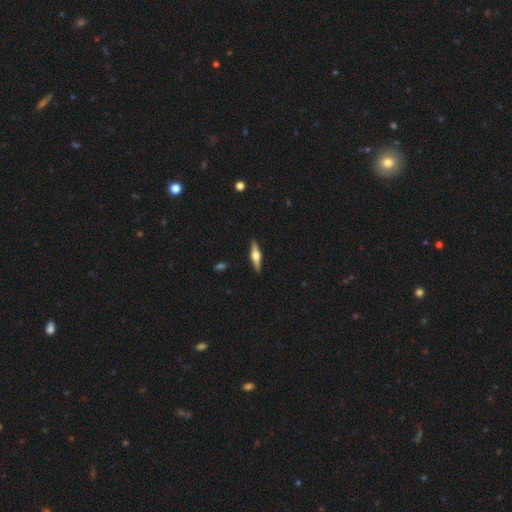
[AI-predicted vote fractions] Smooth or featured? featured or disk (66%)
Edge-on disk? yes (96%)
Edge-on bulge? rounded (94%)
Merging? none (90%)